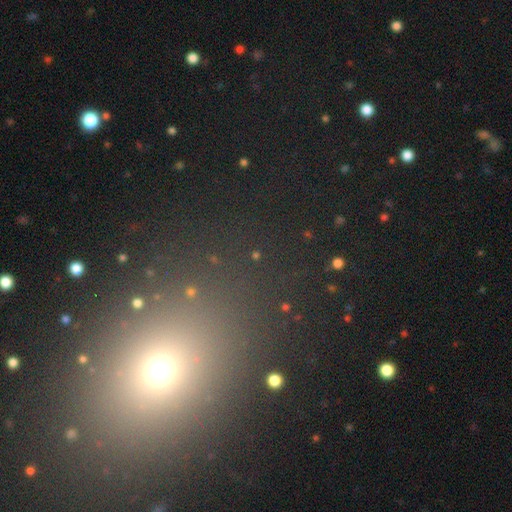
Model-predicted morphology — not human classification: Q: Smooth or featured?
A: star or artifact (61%); runner-up: smooth (28%)